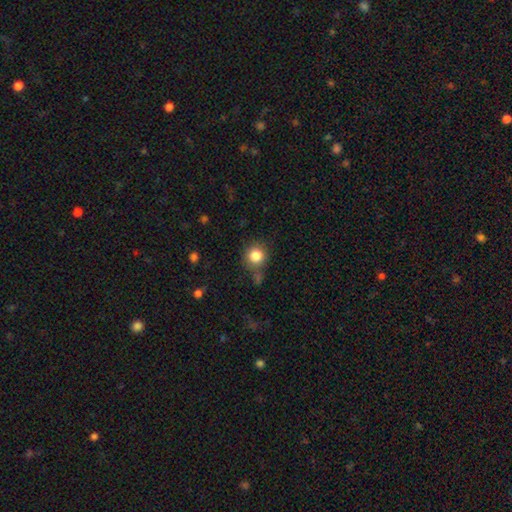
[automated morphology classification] This appears to be a smooth galaxy with no disk features (84%) that is round (90%). Merging: none (70%).